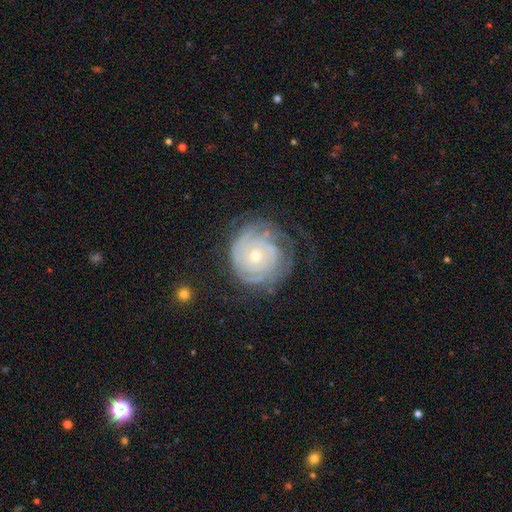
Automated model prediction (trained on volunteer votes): The model was most divided on "bulge size": small: 57%, moderate: 39%, large: 2%, none: 1%, dominant: 1%. Remaining: edge-on disk — no (97%); spiral arms — yes (91%); bar — no (83%); spiral winding — tight (81%); smooth or featured — featured or disk (80%); merging — none (64%); spiral arm count — can't tell (46%).